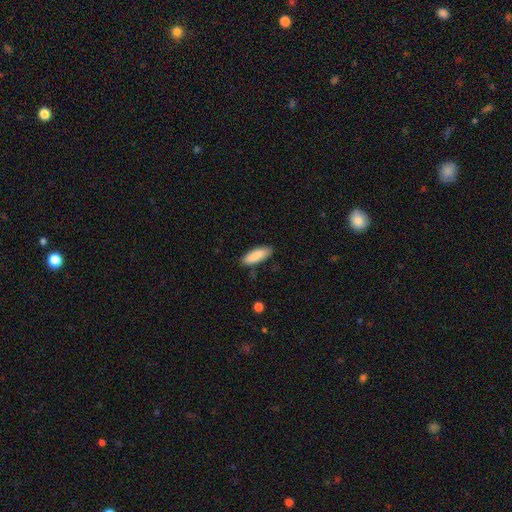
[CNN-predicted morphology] Smooth or featured? Predicted: smooth (p=0.88). How rounded? Predicted: in between (p=0.60). Merging? Predicted: none (p=0.85).